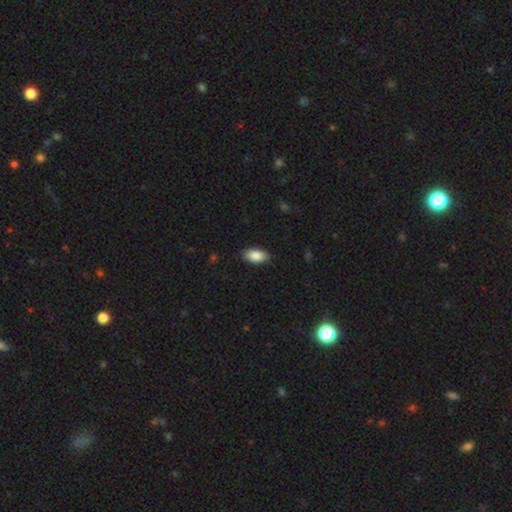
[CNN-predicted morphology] smooth_or_featured: smooth (p=0.87) [alt: star or artifact p=0.07]
how_rounded: in between (p=0.93) [alt: cigar-shaped p=0.05]
merging: none (p=0.88) [alt: minor disturbance p=0.09]